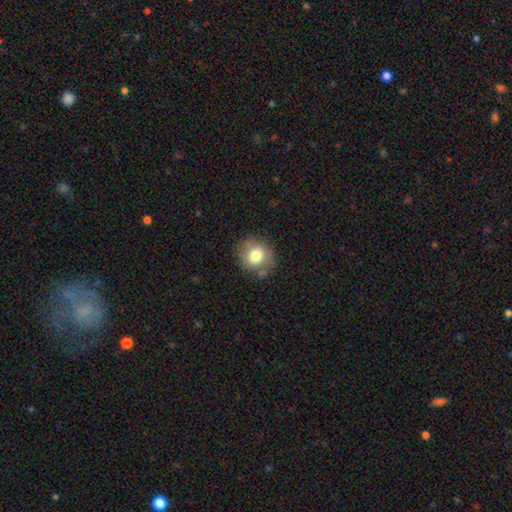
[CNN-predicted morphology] This appears to be a smooth galaxy with no disk features (76%) that is round (79%). Merging: none (77%).